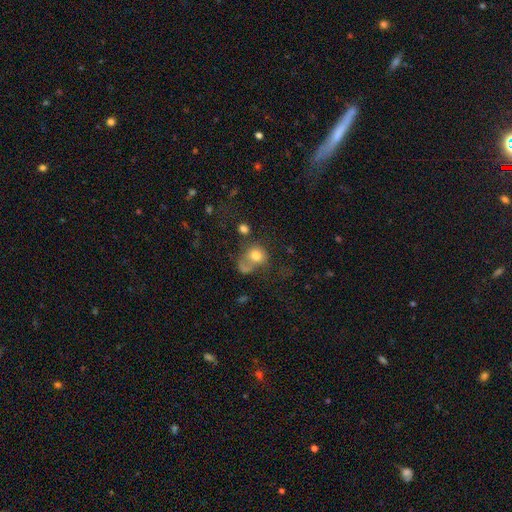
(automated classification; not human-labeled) Morphology: type=smooth (72%); roundness=round (62%); merging=merger (30%).